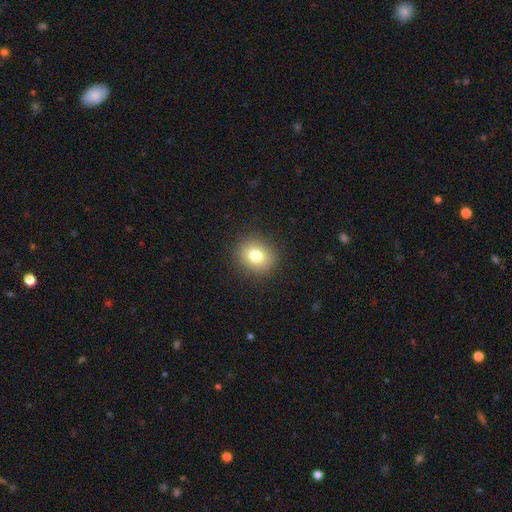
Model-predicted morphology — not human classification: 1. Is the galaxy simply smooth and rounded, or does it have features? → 78% smooth, 12% star or artifact, 10% featured or disk.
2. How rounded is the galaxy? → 78% round, 21% in between, 1% cigar-shaped.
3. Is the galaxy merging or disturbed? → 90% none, 7% minor disturbance, 3% major disturbance, 1% merger.